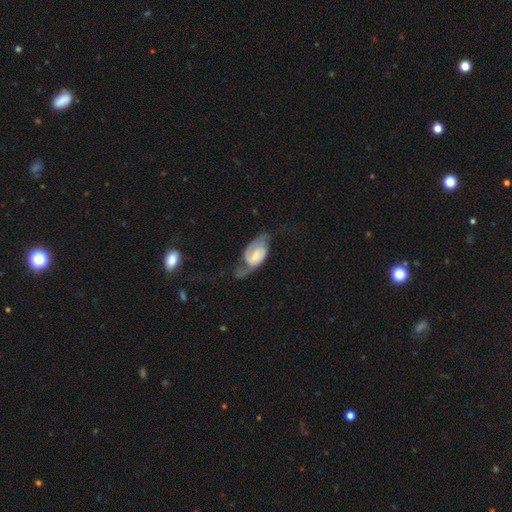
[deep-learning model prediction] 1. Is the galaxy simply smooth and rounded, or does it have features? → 75% featured or disk, 19% smooth, 6% star or artifact.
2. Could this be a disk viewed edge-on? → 96% no, 4% yes.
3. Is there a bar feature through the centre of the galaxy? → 45% no, 42% weak, 13% strong.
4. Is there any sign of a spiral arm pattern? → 92% yes, 8% no.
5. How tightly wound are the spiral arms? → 44% medium, 29% loose, 27% tight.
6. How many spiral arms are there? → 80% 2, 9% 1, 8% can't tell, 2% 3, 1% 4, 1% more than 4.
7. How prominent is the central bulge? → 46% small, 32% moderate, 11% none, 9% large, 2% dominant.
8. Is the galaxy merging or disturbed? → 42% none, 30% major disturbance, 25% minor disturbance, 3% merger.